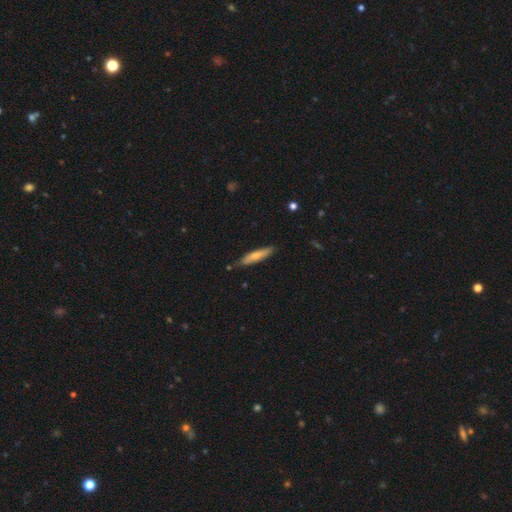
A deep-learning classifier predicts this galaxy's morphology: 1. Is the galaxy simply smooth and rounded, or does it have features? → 67% smooth, 27% featured or disk, 6% star or artifact.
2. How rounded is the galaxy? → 84% cigar-shaped, 15% in between, 1% round.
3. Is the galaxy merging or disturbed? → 79% none, 16% minor disturbance, 2% merger, 2% major disturbance.